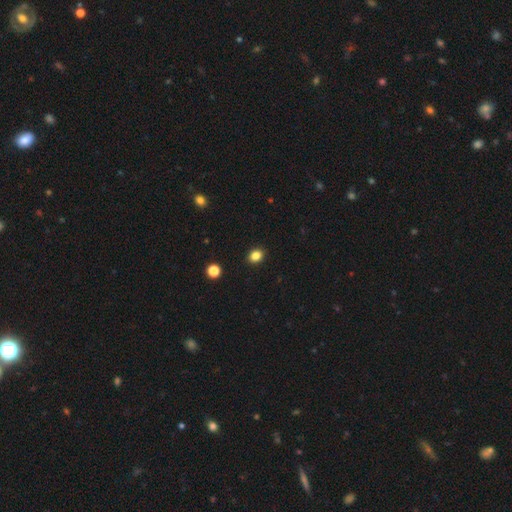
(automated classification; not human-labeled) Morphology: type=smooth (84%); roundness=round (55%); merging=none (91%).